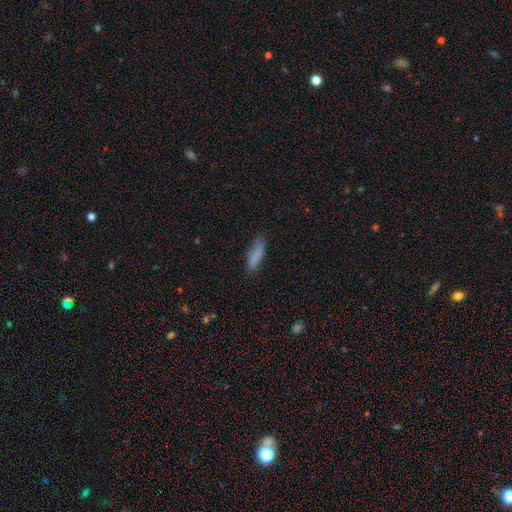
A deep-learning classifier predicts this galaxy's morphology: The model was most divided on "how rounded": cigar-shaped: 59%, in between: 39%, round: 2%. More confident: smooth or featured — smooth (84%); merging — none (75%).